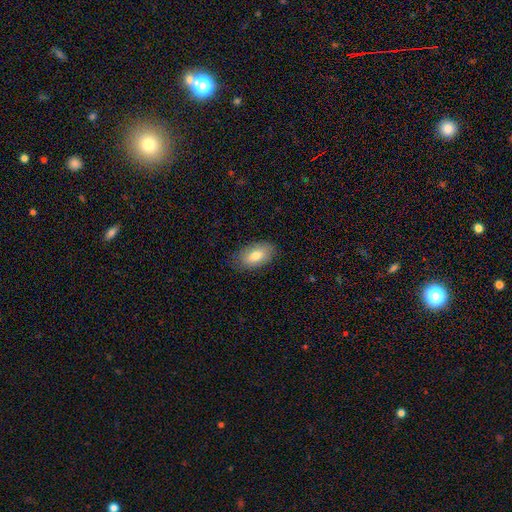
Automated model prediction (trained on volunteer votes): smooth_or_featured: smooth (p=0.77) [alt: featured or disk p=0.16]
how_rounded: in between (p=0.93) [alt: round p=0.05]
merging: none (p=0.81) [alt: minor disturbance p=0.15]